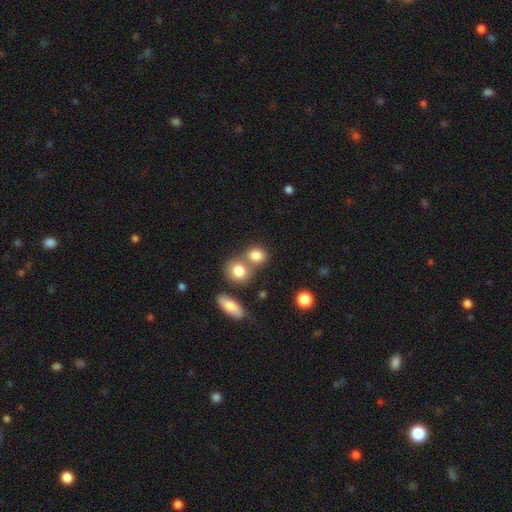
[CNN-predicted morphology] A smooth galaxy with no disk features (82%) that is round (62%). Merging: none (48%).